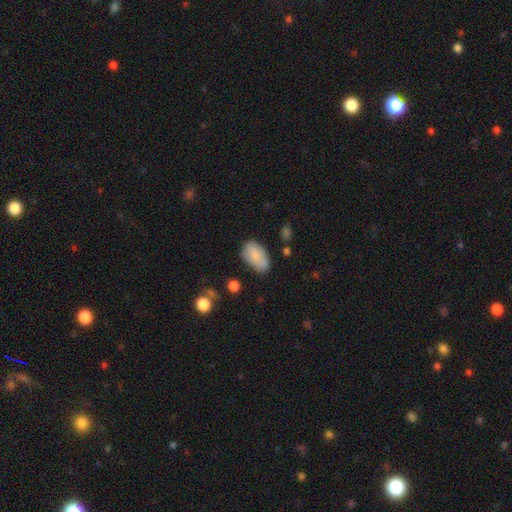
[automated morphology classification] smooth_or_featured: smooth (p=0.82) [alt: featured or disk p=0.11]
how_rounded: in between (p=0.93) [alt: round p=0.05]
merging: none (p=0.68) [alt: minor disturbance p=0.24]